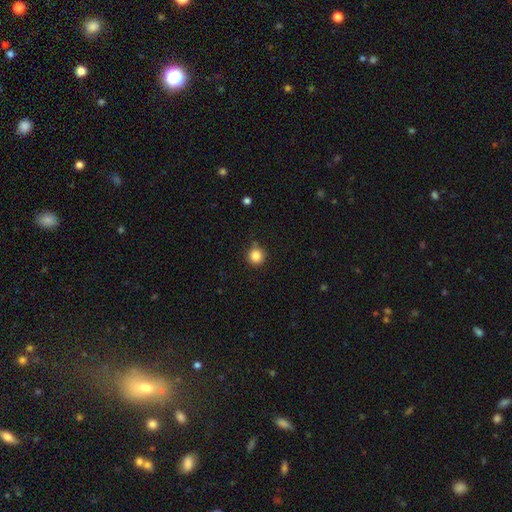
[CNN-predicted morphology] A smooth galaxy with no disk features (84%) that is round (95%). Merging: none (85%).